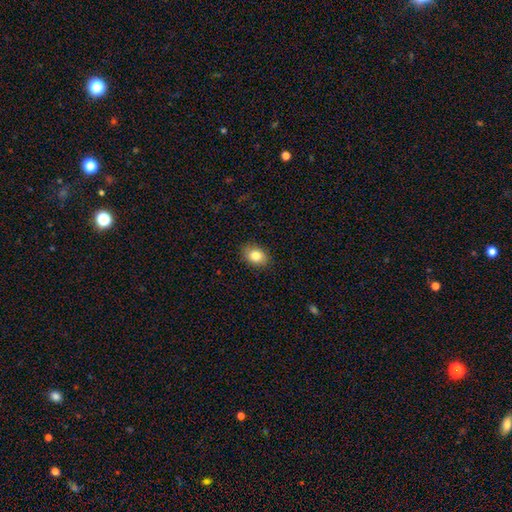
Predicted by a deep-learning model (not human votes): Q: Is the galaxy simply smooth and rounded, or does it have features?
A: smooth — 83%.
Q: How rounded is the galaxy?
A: in between — 75%.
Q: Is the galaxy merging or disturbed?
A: none — 87%.